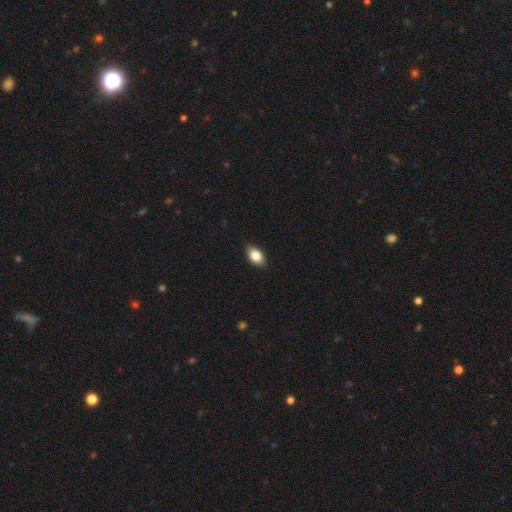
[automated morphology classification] Smooth or featured?
  - smooth: 83% *
  - featured or disk: 10%
  - star or artifact: 7%
How rounded?
  - in between: 86% *
  - round: 11%
  - cigar-shaped: 2%
Merging?
  - none: 87% *
  - minor disturbance: 10%
  - major disturbance: 2%
  - merger: 1%